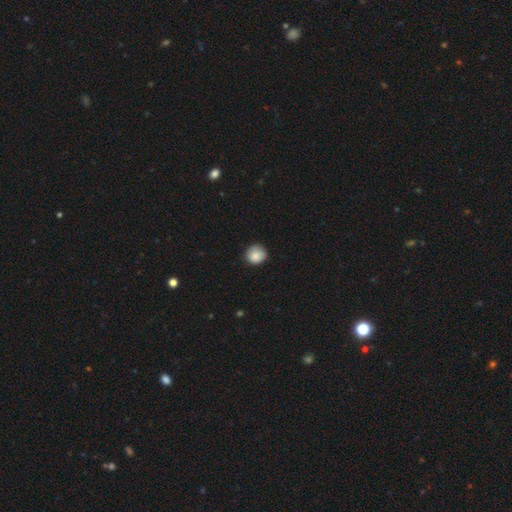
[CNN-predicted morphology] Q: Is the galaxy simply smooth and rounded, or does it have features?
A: smooth — 86%.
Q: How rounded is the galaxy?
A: round — 90%.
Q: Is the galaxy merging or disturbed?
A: none — 78%.